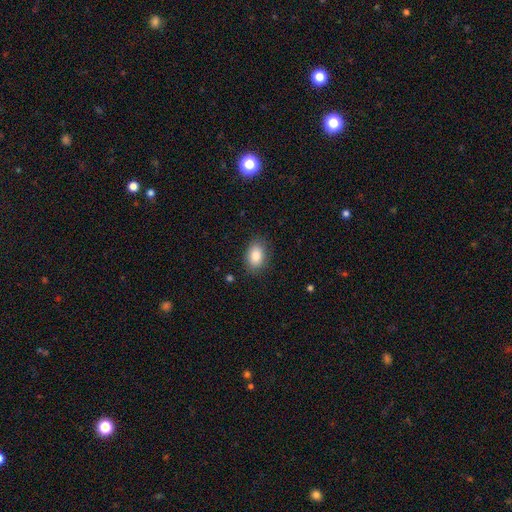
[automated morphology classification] Overall: smooth (85%). How rounded: in between (83%). Merging: none (84%).